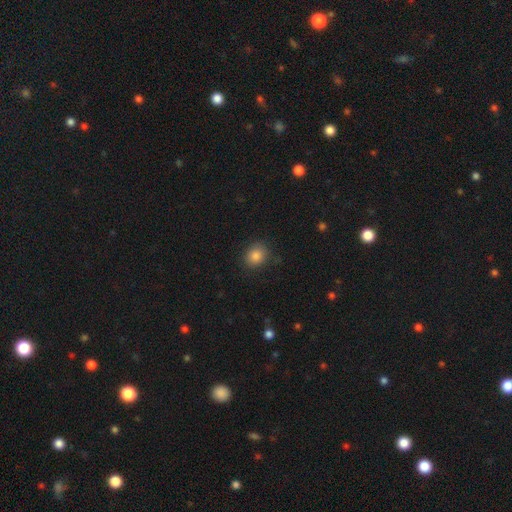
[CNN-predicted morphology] smooth-or-featured: smooth: 84% | star or artifact: 10% | featured or disk: 5%
  how-rounded: round: 68% | in between: 31% | cigar-shaped: 1%
  merging: none: 84% | minor disturbance: 12% | major disturbance: 3% | merger: 1%